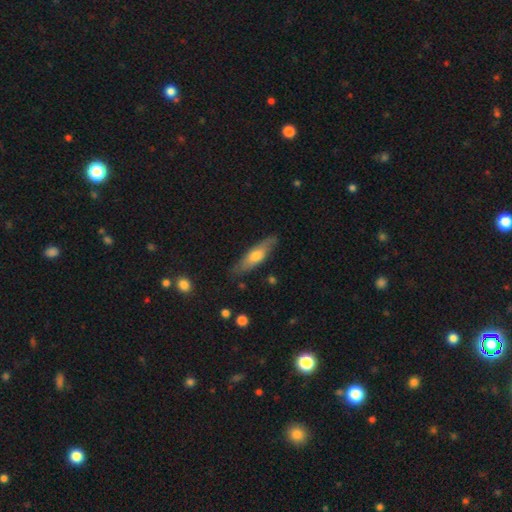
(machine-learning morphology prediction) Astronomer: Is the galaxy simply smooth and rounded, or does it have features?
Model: smooth — 54% (runner-up: featured or disk, 40%).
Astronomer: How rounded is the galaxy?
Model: cigar-shaped — 62%.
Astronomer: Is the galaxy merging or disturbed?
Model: none — 81%.